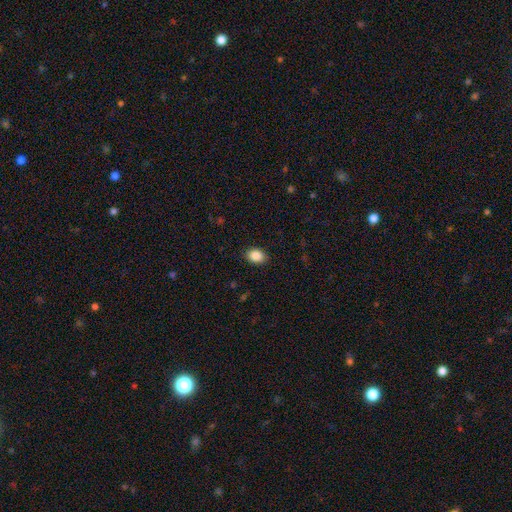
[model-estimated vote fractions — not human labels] Overall: smooth (87%). How rounded: in between (71%). Merging: none (89%).